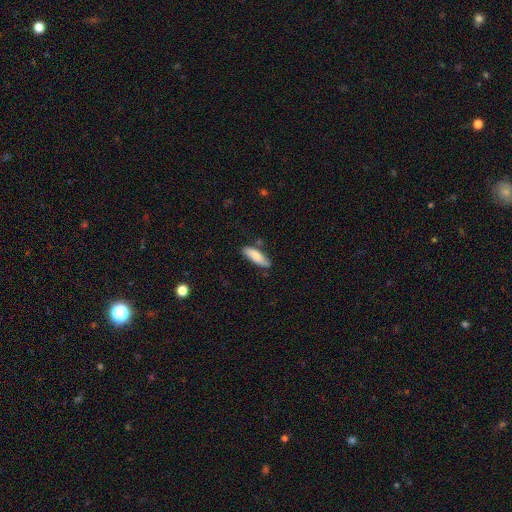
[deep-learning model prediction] Q: Smooth or featured?
A: smooth (78%); runner-up: featured or disk (16%)
Q: How rounded?
A: in between (56%); runner-up: cigar-shaped (42%)
Q: Merging?
A: none (75%); runner-up: minor disturbance (18%)